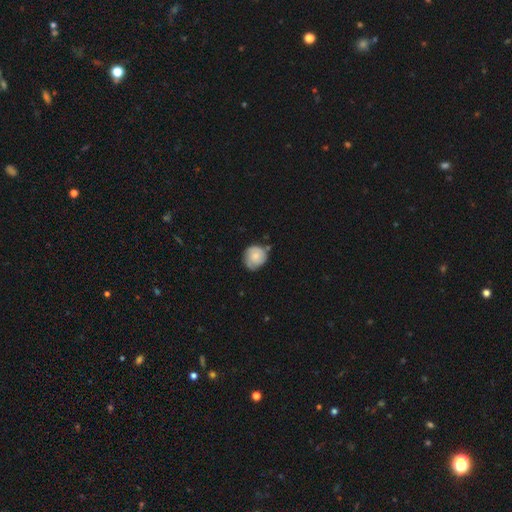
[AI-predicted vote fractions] The model was most divided on "merging": none: 59%, minor disturbance: 32%, major disturbance: 6%, merger: 4%. More confident: how rounded — round (83%); smooth or featured — smooth (67%).